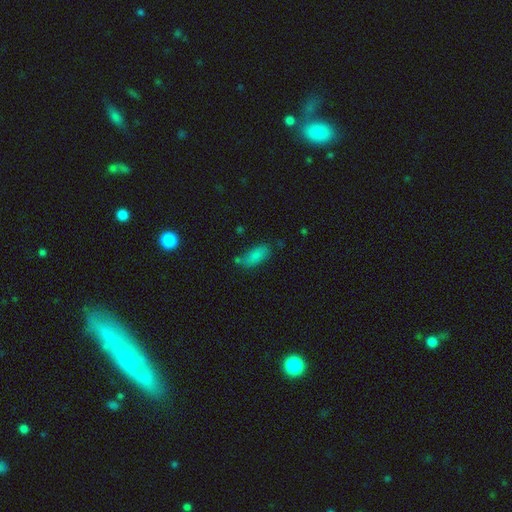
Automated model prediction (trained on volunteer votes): Q: Smooth or featured?
A: smooth (82%); runner-up: star or artifact (9%)
Q: How rounded?
A: in between (82%); runner-up: cigar-shaped (16%)
Q: Merging?
A: none (66%); runner-up: minor disturbance (20%)